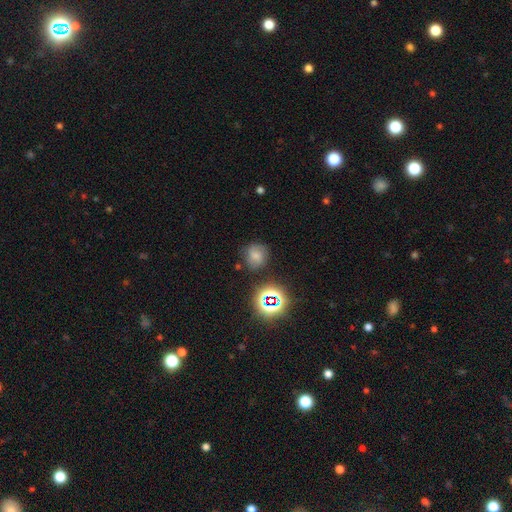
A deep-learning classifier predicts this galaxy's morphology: Overall: smooth (60%; star or artifact 22%). How rounded: round (80%). Merging: none (70%).